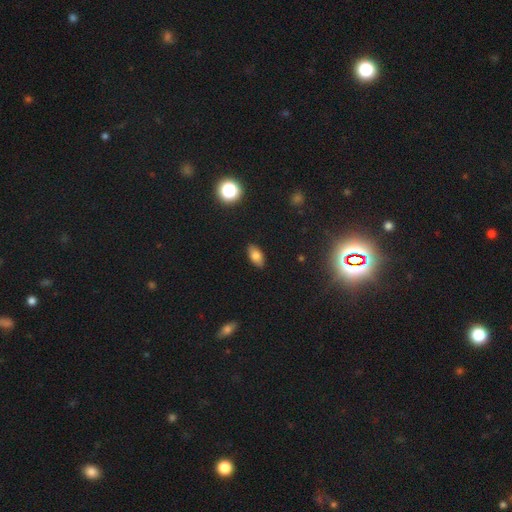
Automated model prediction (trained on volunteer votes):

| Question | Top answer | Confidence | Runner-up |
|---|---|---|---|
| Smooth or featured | smooth | 78% | featured or disk (11%) |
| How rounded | in between | 90% | cigar-shaped (6%) |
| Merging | none | 87% | minor disturbance (10%) |